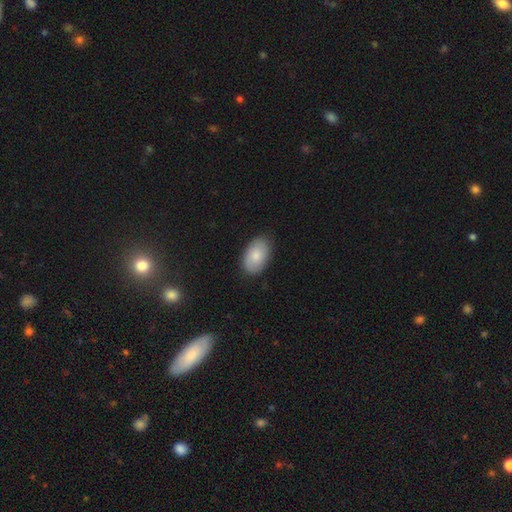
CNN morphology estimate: Q: Smooth or featured?
A: smooth (80%); runner-up: featured or disk (14%)
Q: How rounded?
A: in between (92%); runner-up: round (6%)
Q: Merging?
A: none (86%); runner-up: minor disturbance (11%)